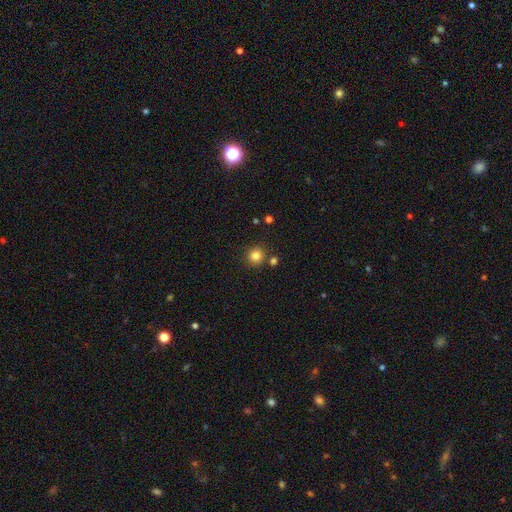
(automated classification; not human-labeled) A smooth galaxy with no disk features (83%) that is round (92%). Merging: none (84%).